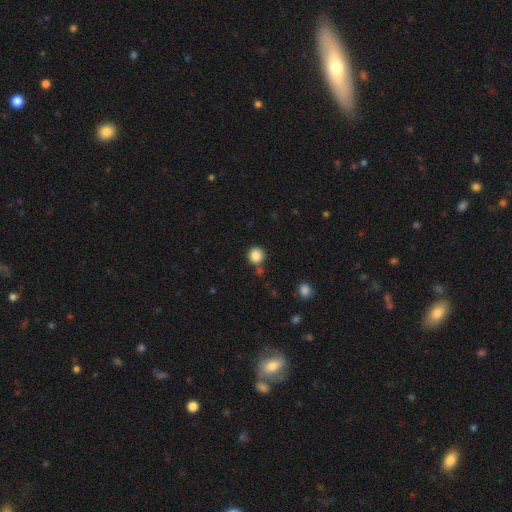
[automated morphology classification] Smooth or featured? smooth (86%)
How rounded? round (93%)
Merging? none (79%)